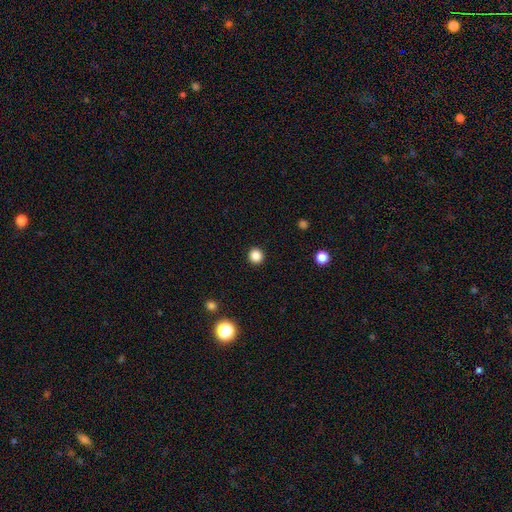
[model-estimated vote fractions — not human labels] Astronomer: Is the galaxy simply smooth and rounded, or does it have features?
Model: smooth — 85%.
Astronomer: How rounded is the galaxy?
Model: round — 94%.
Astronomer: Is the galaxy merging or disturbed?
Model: none — 93%.